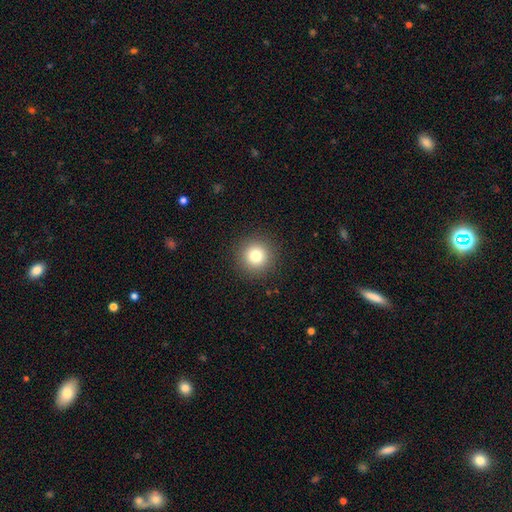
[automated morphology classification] Smooth or featured?
  - smooth: 80% *
  - star or artifact: 12%
  - featured or disk: 8%
How rounded?
  - round: 95% *
  - in between: 4%
  - cigar-shaped: 1%
Merging?
  - none: 92% *
  - minor disturbance: 5%
  - major disturbance: 2%
  - merger: 1%